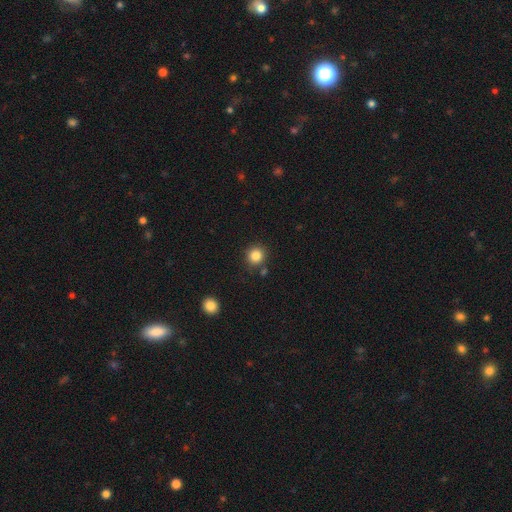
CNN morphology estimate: Q: Smooth or featured?
A: smooth (84%); runner-up: star or artifact (11%)
Q: How rounded?
A: round (91%); runner-up: in between (8%)
Q: Merging?
A: none (83%); runner-up: minor disturbance (8%)